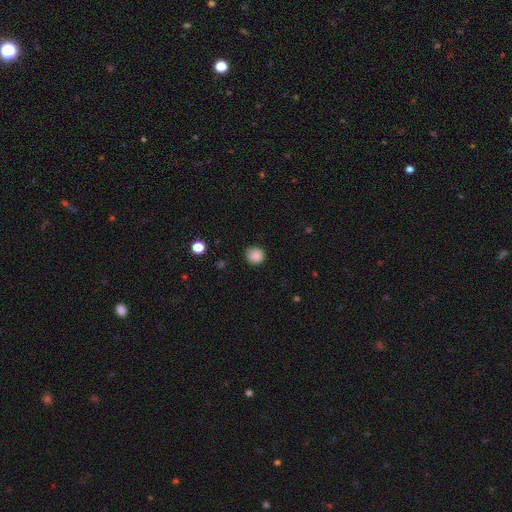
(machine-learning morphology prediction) This appears to be a smooth galaxy with no disk features (87%) that is round (91%). Merging: none (86%).